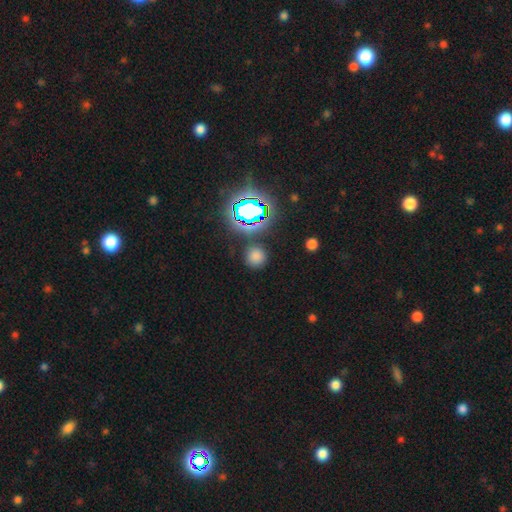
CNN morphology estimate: Q: Smooth or featured?
A: smooth (70%); runner-up: star or artifact (23%)
Q: How rounded?
A: round (92%); runner-up: in between (7%)
Q: Merging?
A: none (84%); runner-up: minor disturbance (8%)